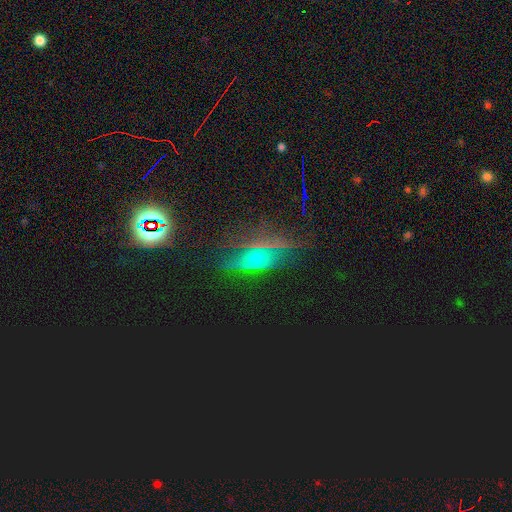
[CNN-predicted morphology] A star or artifact, not a galaxy (38%).

Vote fractions:
- Smooth or featured? star or artifact: 38% / featured or disk: 33% / smooth: 29%